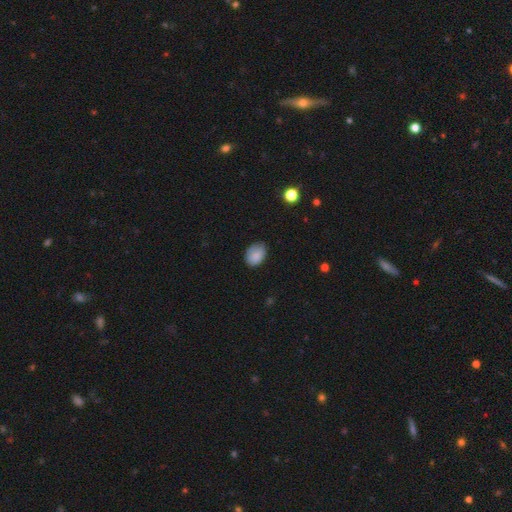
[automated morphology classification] smooth-or-featured: smooth: 83% | featured or disk: 9% | star or artifact: 8%
  how-rounded: in between: 78% | round: 21% | cigar-shaped: 1%
  merging: none: 71% | minor disturbance: 24% | major disturbance: 4% | merger: 1%